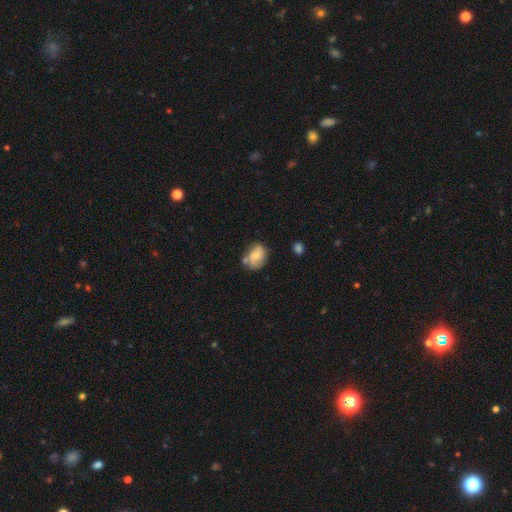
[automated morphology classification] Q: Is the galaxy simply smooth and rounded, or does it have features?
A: smooth — 64%.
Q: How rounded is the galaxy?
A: in between — 67%.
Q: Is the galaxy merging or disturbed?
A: none — 48%.